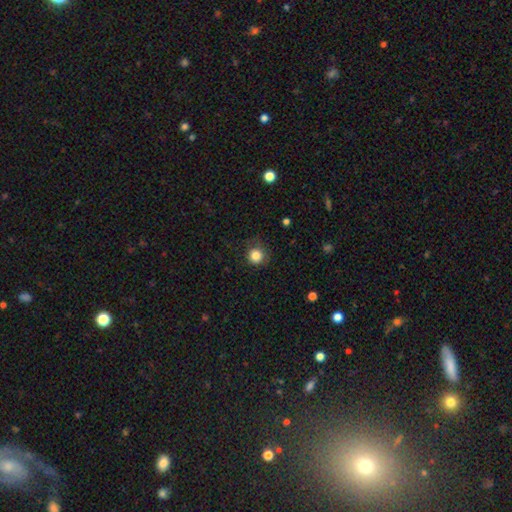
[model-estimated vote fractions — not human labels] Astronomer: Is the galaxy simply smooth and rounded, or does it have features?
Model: smooth — 83%.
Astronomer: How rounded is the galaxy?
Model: round — 93%.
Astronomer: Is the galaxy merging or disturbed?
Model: none — 80%.